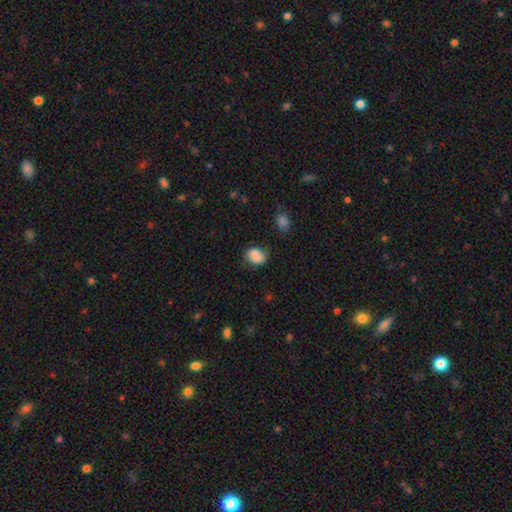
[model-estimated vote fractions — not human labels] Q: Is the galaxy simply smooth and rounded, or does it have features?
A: smooth — 83%.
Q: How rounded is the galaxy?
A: in between — 66%.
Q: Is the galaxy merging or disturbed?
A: none — 63%.